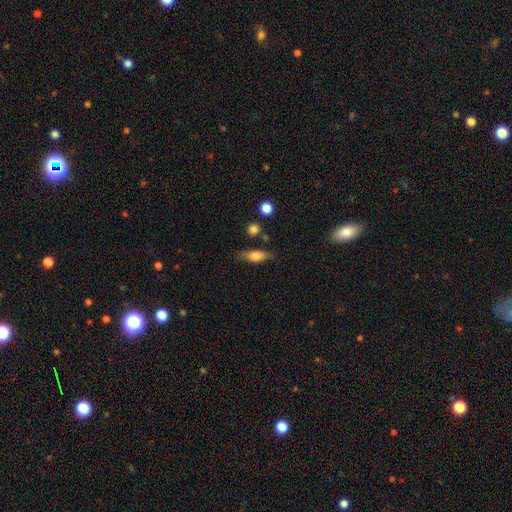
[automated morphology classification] This appears to be a smooth galaxy with no disk features (67%) that is in between round and cigar-shaped (63%). Merging: none (74%).